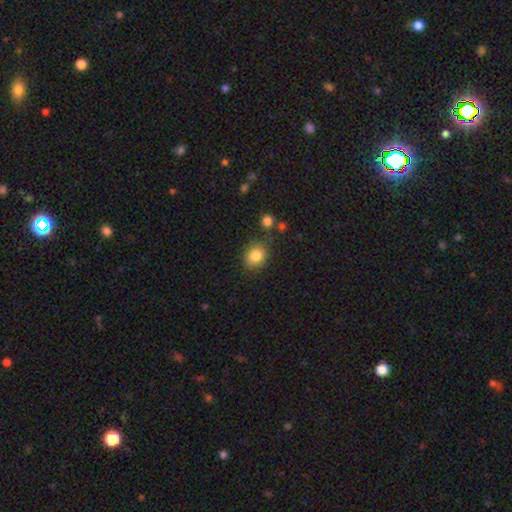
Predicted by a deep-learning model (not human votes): A smooth galaxy with no disk features (85%) that is round (61%). Merging: none (78%).